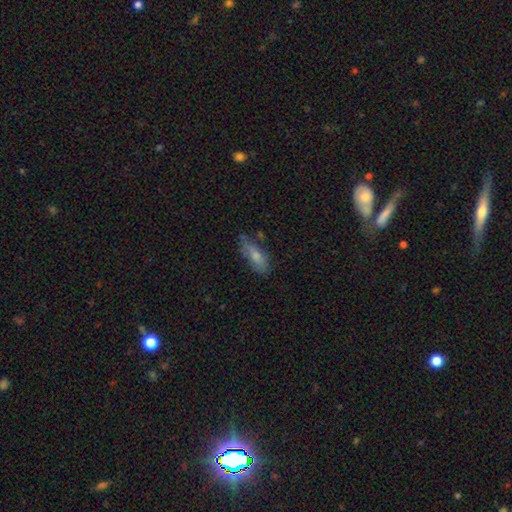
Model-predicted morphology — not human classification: smooth_or_featured: smooth (p=0.68) [alt: featured or disk p=0.24]
how_rounded: in between (p=0.65) [alt: cigar-shaped p=0.32]
merging: none (p=0.61) [alt: minor disturbance p=0.28]